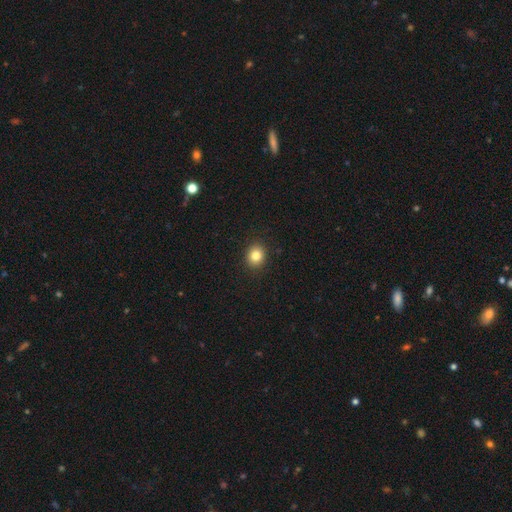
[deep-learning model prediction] This is clearly a smooth galaxy (83%). How rounded: likely round (74%). Merging: clearly none (91%).